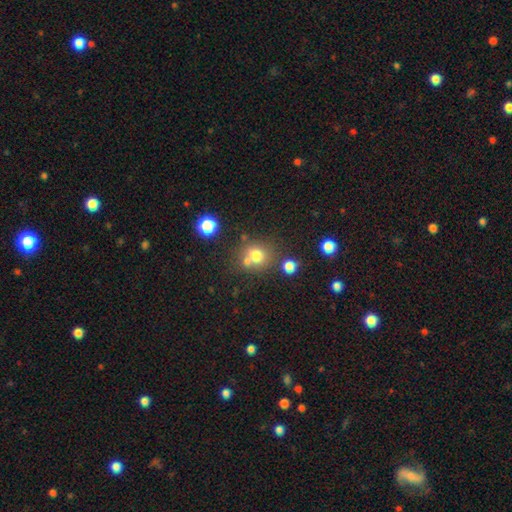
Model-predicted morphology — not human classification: Overall: smooth (73%). How rounded: round (83%). Merging: none (60%; merger 25%).